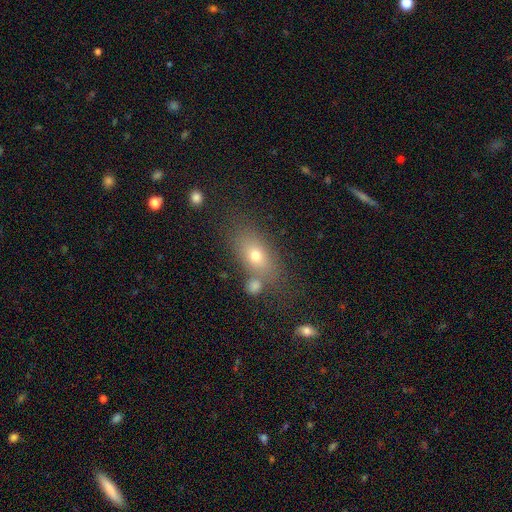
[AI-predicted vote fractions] Overall: smooth (68%). How rounded: in between (77%). Merging: none (64%).